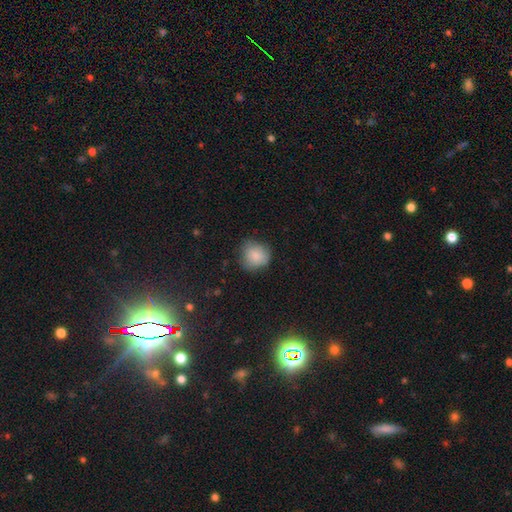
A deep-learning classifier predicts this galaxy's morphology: smooth 83%, featured or disk 10%, star or artifact 8%. Down the decision tree: how rounded — round (84%); merging — none (68%).